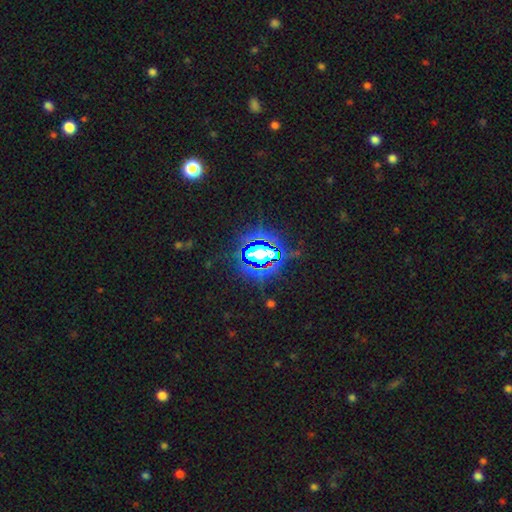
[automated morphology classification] smooth-or-featured: star or artifact: 75% | smooth: 15% | featured or disk: 11%